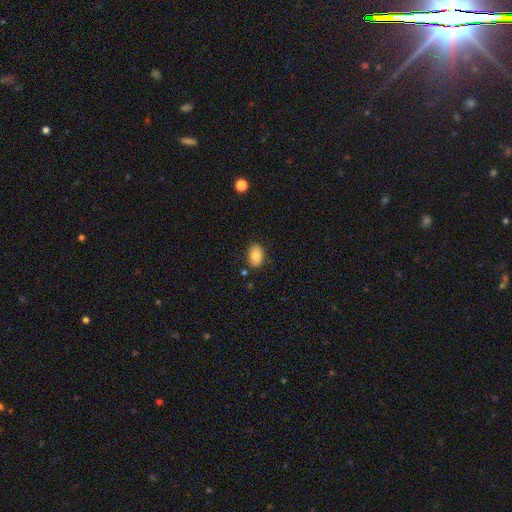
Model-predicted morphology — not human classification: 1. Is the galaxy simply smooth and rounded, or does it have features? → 82% smooth, 10% featured or disk, 8% star or artifact.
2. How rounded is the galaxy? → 88% in between, 11% round, 1% cigar-shaped.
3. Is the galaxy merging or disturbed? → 82% none, 13% minor disturbance, 3% major disturbance, 2% merger.